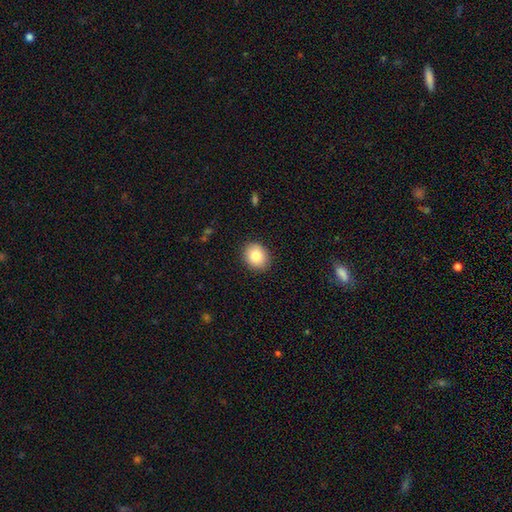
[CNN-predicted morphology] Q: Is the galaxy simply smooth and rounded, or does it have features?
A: smooth — 84%.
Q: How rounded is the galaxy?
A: round — 66%.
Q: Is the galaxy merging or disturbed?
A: none — 89%.